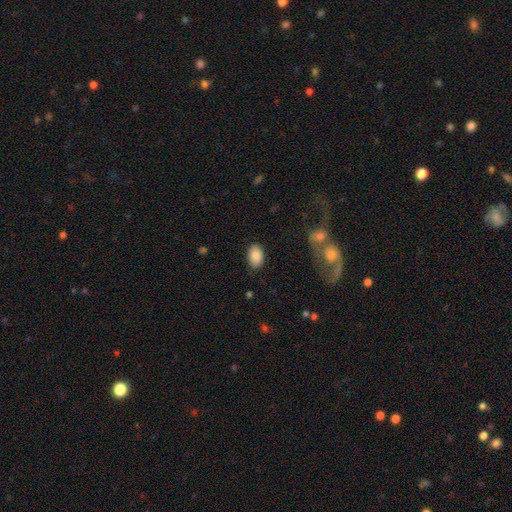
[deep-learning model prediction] Smooth or featured?
  - smooth: 88% *
  - star or artifact: 7%
  - featured or disk: 5%
How rounded?
  - in between: 91% *
  - round: 8%
  - cigar-shaped: 1%
Merging?
  - none: 85% *
  - minor disturbance: 10%
  - major disturbance: 3%
  - merger: 1%